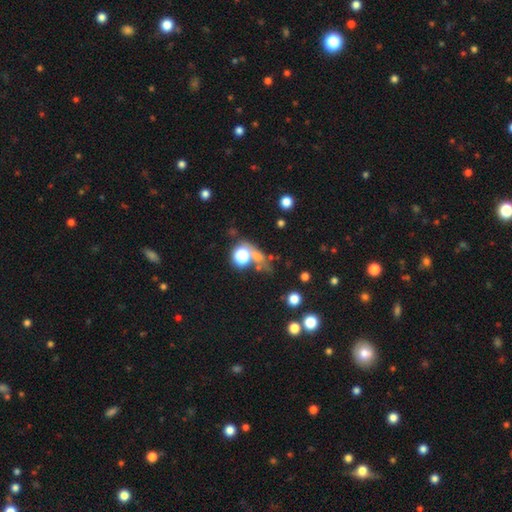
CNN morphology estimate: Q: Smooth or featured?
A: star or artifact (48%); runner-up: smooth (39%)